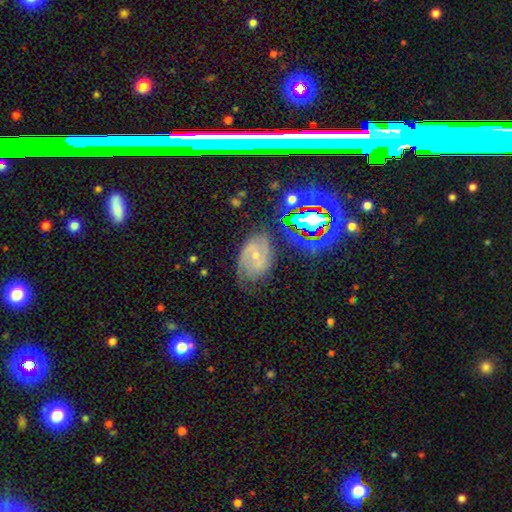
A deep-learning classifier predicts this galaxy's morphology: A featured or disk galaxy (64%) with no bar (49%), 2 (55%) tight (46%) spiral arms (87%) and a small central bulge (70%).

Vote fractions:
- Smooth or featured? featured or disk: 64% / smooth: 20% / star or artifact: 15%
- Edge-on disk? no: 96% / yes: 4%
- Bar? no: 49% / weak: 38% / strong: 13%
- Spiral arms? yes: 87% / no: 13%
- Spiral winding? tight: 46% / medium: 39% / loose: 15%
- Spiral arm count? 2: 55% / can't tell: 28% / 3: 8% / 1: 4% / 4: 3% / more than 4: 2%
- Bulge size? small: 70% / moderate: 25% / none: 2% / large: 1% / dominant: 1%
- Merging? none: 62% / minor disturbance: 25% / major disturbance: 11% / merger: 3%